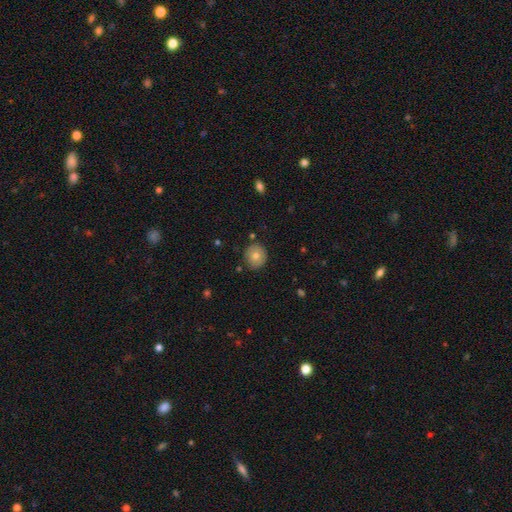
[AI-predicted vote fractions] Smooth or featured? smooth (73%)
How rounded? round (85%)
Merging? none (86%)